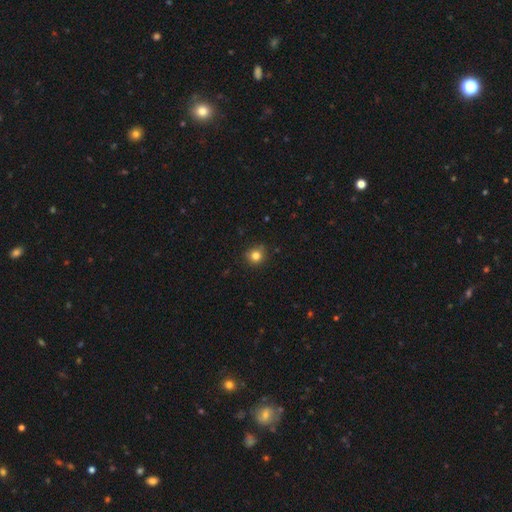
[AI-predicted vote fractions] This appears to be a smooth galaxy with no disk features (82%) that is round (85%). Merging: none (81%).